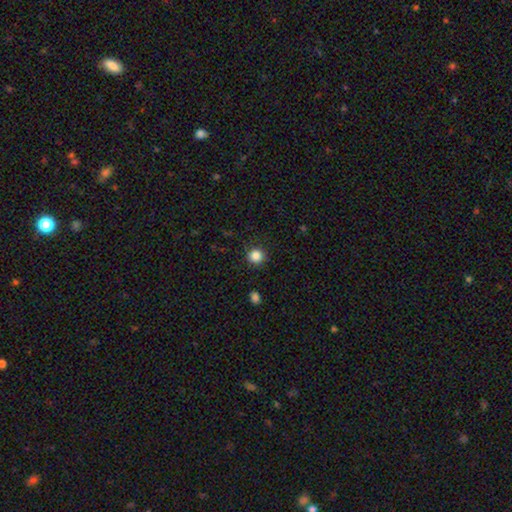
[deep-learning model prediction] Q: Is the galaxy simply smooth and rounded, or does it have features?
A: smooth — 85%.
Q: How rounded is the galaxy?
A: round — 93%.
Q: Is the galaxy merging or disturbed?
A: none — 90%.